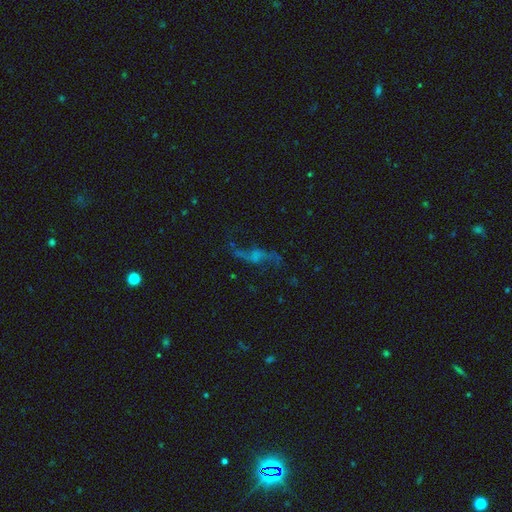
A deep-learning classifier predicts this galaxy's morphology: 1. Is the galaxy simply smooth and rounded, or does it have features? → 69% featured or disk, 16% star or artifact, 15% smooth.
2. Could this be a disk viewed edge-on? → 87% no, 13% yes.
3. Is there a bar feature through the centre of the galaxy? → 55% no, 32% weak, 12% strong.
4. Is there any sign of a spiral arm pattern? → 83% yes, 17% no.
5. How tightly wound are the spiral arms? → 91% loose, 7% medium, 2% tight.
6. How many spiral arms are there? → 89% 2, 4% 1, 4% can't tell, 1% 3, 1% 4, 1% more than 4.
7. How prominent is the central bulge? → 56% none, 24% small, 13% moderate, 5% large, 2% dominant.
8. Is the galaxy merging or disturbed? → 62% none, 19% major disturbance, 16% minor disturbance, 4% merger.